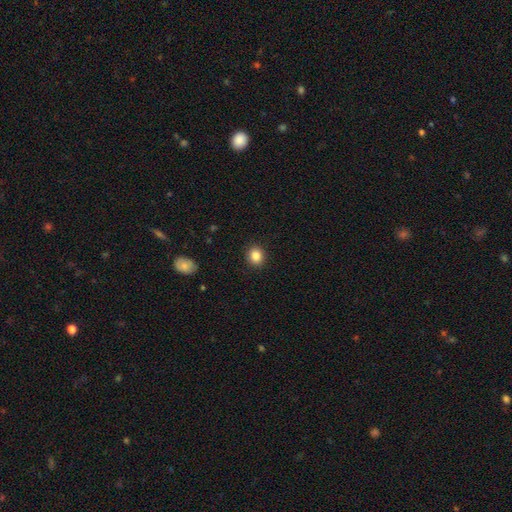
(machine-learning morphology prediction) This appears to be a smooth galaxy with no disk features (86%) that is round (72%). Merging: none (90%).